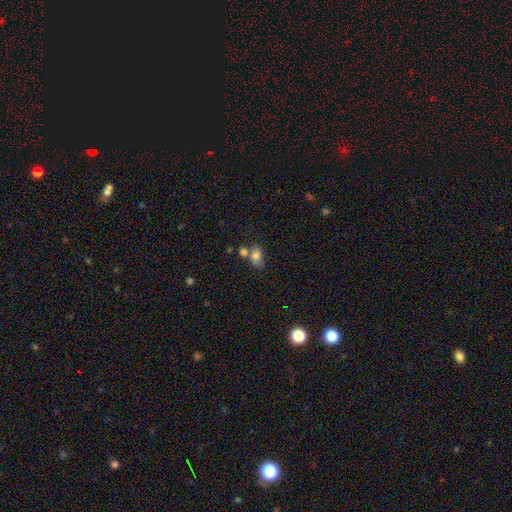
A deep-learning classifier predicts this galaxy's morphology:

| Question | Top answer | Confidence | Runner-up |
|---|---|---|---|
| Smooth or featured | smooth | 76% | featured or disk (14%) |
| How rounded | in between | 80% | round (18%) |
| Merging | none | 40% | merger (36%) |